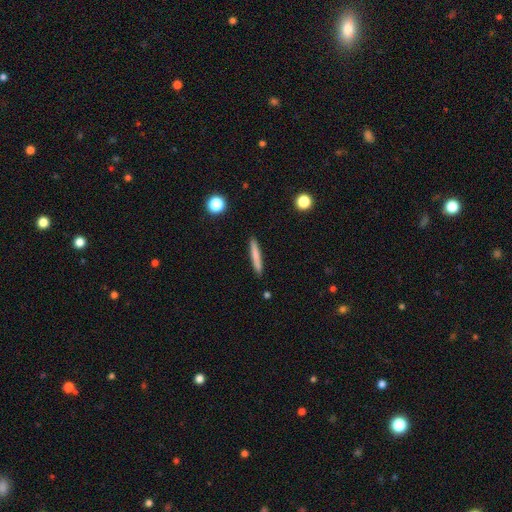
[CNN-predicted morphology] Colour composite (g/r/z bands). It shows a smooth galaxy with no disk features (72%) that is cigar-shaped (94%). Merging: none (90%).